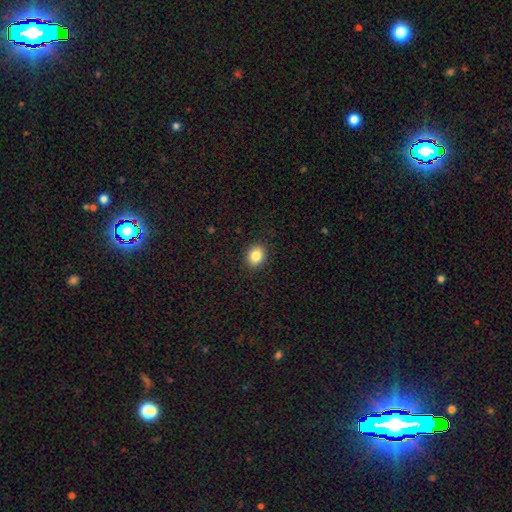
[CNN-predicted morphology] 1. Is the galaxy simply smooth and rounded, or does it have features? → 85% smooth, 10% star or artifact, 5% featured or disk.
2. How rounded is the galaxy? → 60% round, 40% in between, 1% cigar-shaped.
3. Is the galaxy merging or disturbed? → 90% none, 7% minor disturbance, 2% major disturbance, 1% merger.